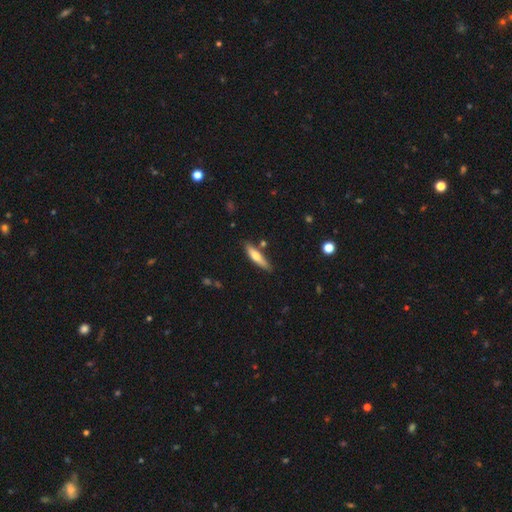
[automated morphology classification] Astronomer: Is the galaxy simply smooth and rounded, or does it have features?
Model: smooth — 62%.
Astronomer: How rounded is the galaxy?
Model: cigar-shaped — 77%.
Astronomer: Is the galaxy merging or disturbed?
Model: none — 77%.